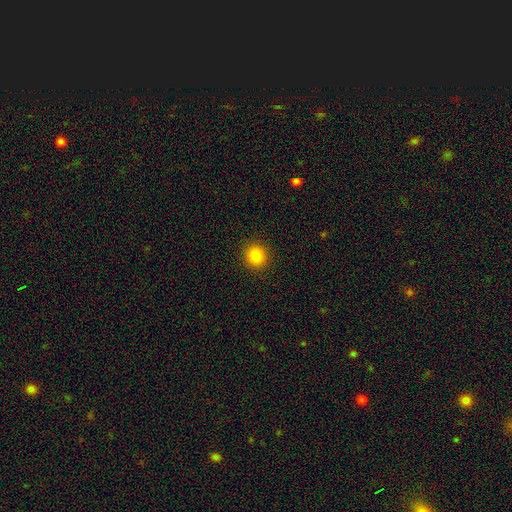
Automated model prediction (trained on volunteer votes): This is clearly a smooth galaxy (83%). How rounded: clearly round (91%). Merging: clearly none (92%).